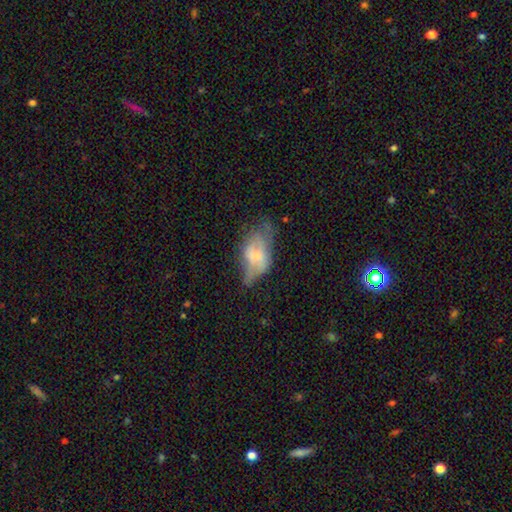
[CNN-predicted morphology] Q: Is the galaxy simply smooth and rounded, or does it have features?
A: featured or disk — 48%.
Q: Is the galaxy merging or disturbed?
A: none — 33%, tied with minor disturbance.